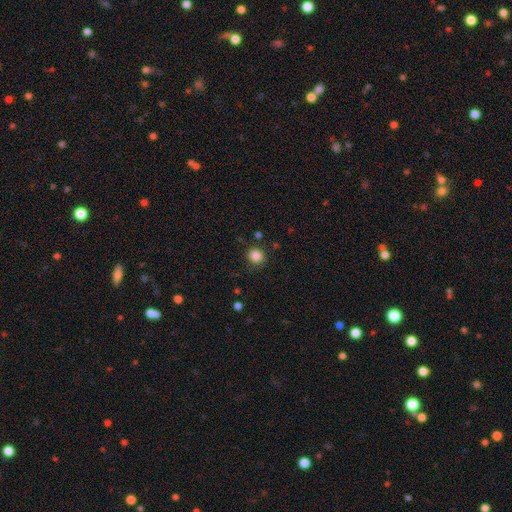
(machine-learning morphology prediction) smooth_or_featured: smooth (p=0.86) [alt: star or artifact p=0.11]
how_rounded: round (p=0.91) [alt: in between p=0.08]
merging: none (p=0.86) [alt: minor disturbance p=0.09]